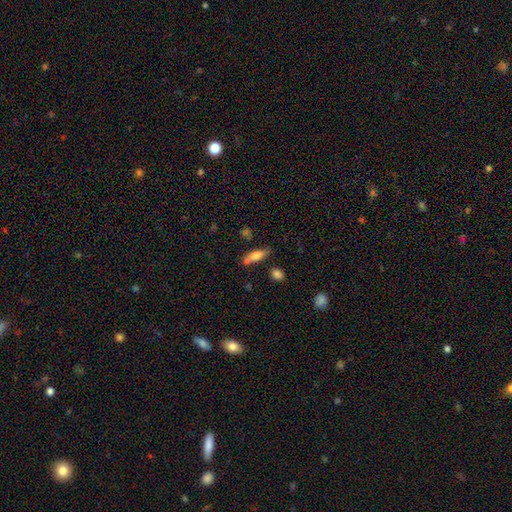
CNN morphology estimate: The model was most divided on "how rounded": in between: 57%, cigar-shaped: 40%, round: 3%. More confident: smooth or featured — smooth (67%); merging — none (64%).